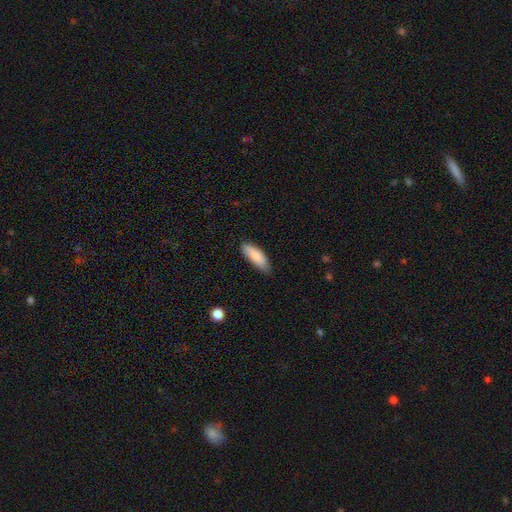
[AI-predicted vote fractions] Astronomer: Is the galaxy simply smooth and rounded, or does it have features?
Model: smooth — 86%.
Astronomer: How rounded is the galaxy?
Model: in between — 63%.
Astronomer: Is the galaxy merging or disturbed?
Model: none — 79%.